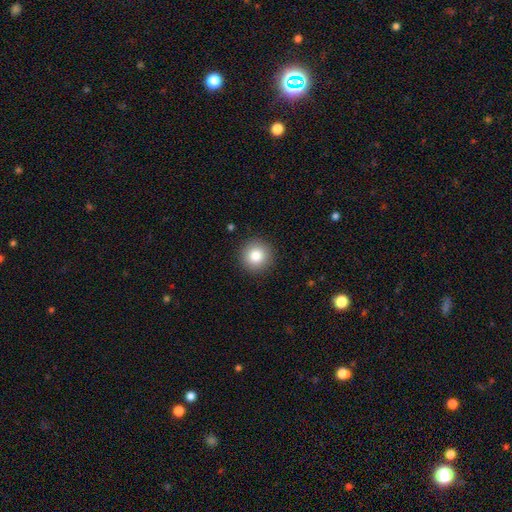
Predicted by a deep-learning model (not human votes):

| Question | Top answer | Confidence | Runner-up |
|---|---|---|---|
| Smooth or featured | smooth | 83% | star or artifact (10%) |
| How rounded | round | 95% | in between (4%) |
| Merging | none | 91% | minor disturbance (6%) |